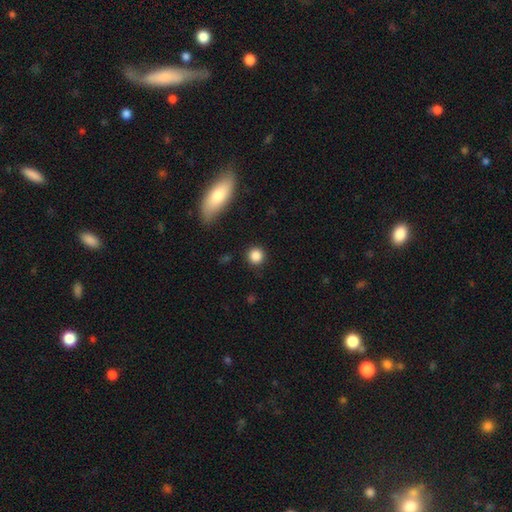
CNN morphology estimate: type=smooth (86%); roundness=round (93%); merging=none (89%).